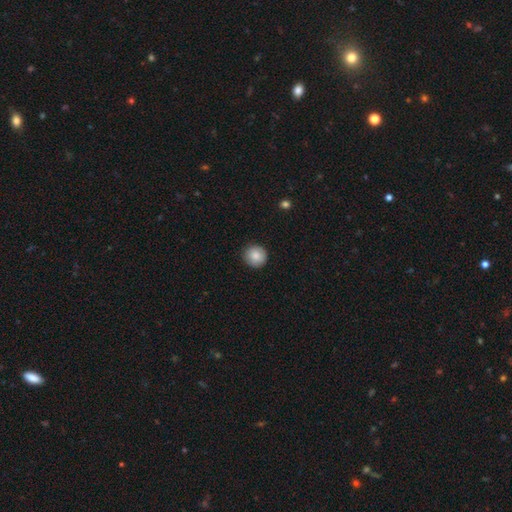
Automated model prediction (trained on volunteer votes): A smooth galaxy with no disk features (86%) that is round (94%).

Vote fractions:
- Smooth or featured? smooth: 86% / star or artifact: 8% / featured or disk: 6%
- How rounded? round: 94% / in between: 5% / cigar-shaped: 1%
- Merging? none: 90% / minor disturbance: 7% / major disturbance: 2% / merger: 1%